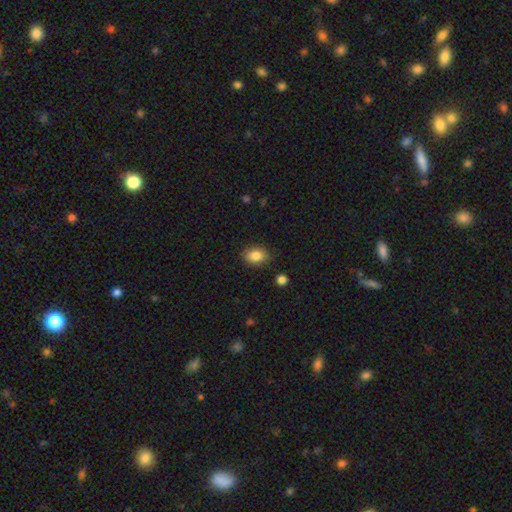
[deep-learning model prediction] Overall: smooth (85%). How rounded: in between (75%). Merging: none (84%).